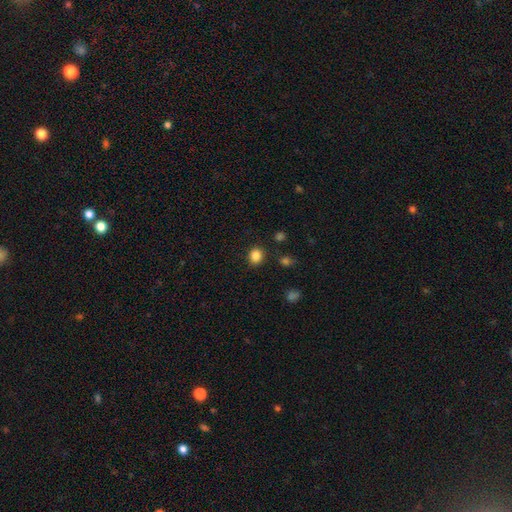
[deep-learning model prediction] Smooth or featured?
  - smooth: 85% *
  - star or artifact: 11%
  - featured or disk: 4%
How rounded?
  - round: 68% *
  - in between: 32%
  - cigar-shaped: 1%
Merging?
  - none: 88% *
  - minor disturbance: 8%
  - major disturbance: 2%
  - merger: 2%